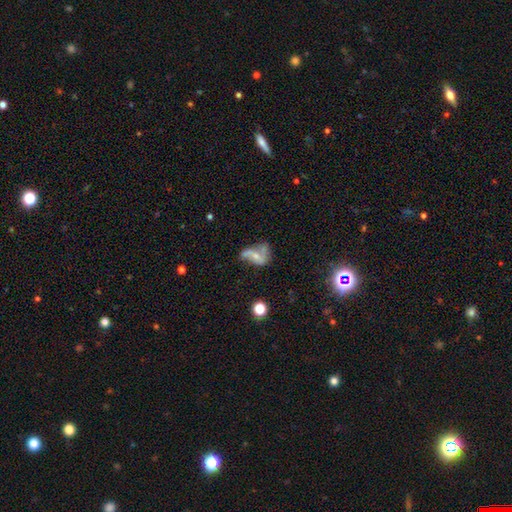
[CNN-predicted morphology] smooth_or_featured: featured or disk (p=0.68) [alt: smooth p=0.22]
disk_edge_on: no (p=0.97) [alt: yes p=0.03]
bar: no (p=0.49) [alt: weak p=0.35]
has_spiral_arms: yes (p=0.78) [alt: no p=0.22]
spiral_winding: loose (p=0.70) [alt: medium p=0.24]
spiral_arm_count: 2 (p=0.81) [alt: 1 p=0.08]
bulge_size: small (p=0.55) [alt: moderate p=0.32]
merging: none (p=0.34) [alt: major disturbance p=0.29]